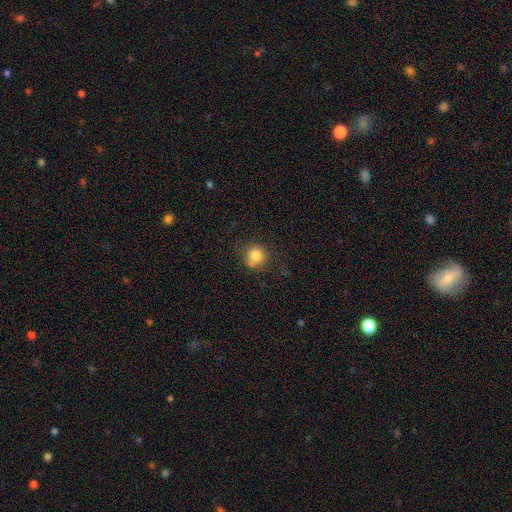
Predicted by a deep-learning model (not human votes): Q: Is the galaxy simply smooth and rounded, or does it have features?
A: smooth — 81%.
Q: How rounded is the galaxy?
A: round — 88%.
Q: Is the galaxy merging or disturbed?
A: none — 71%.